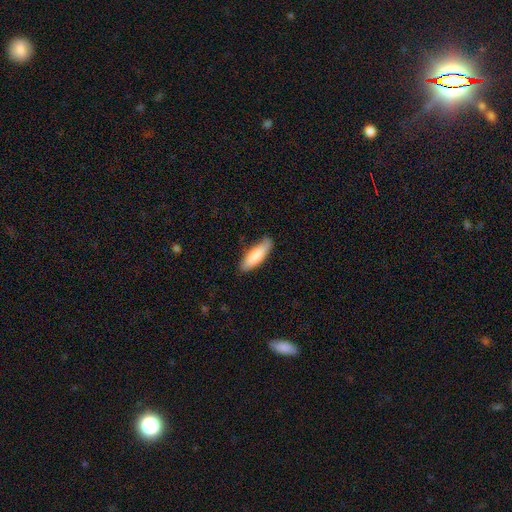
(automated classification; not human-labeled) This appears to be a smooth galaxy with no disk features (83%) that is in between round and cigar-shaped (52%). Merging: none (81%).